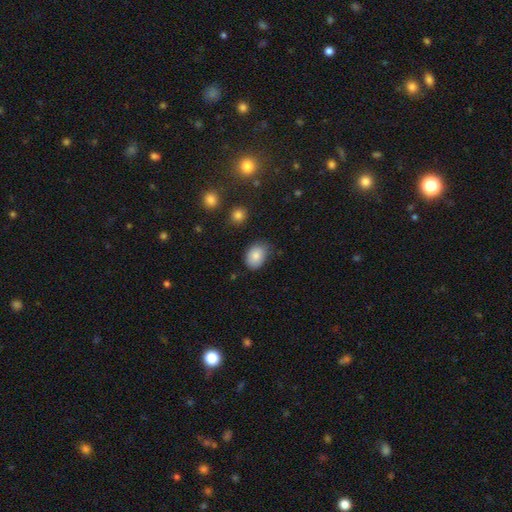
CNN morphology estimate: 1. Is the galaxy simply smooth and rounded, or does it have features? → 84% smooth, 8% star or artifact, 8% featured or disk.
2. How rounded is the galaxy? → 78% in between, 21% round, 1% cigar-shaped.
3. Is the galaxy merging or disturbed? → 68% none, 25% minor disturbance, 4% major disturbance, 2% merger.